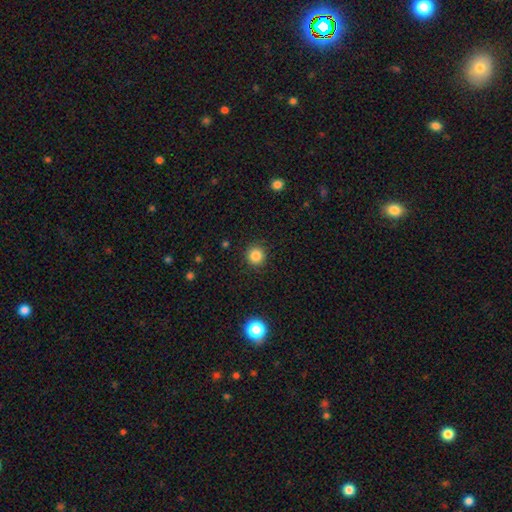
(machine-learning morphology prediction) type=smooth (85%); roundness=round (94%); merging=none (91%).